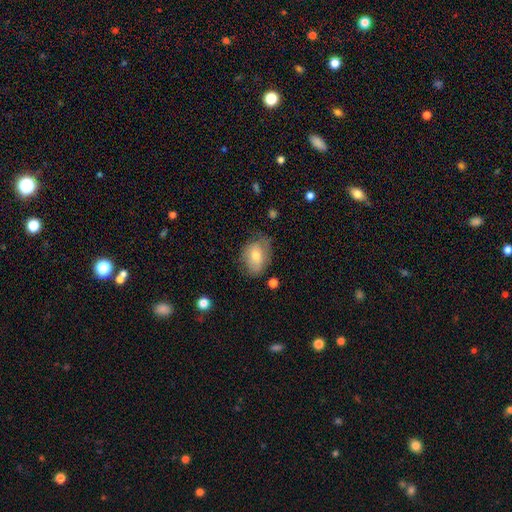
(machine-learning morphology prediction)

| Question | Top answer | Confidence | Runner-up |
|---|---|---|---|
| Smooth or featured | smooth | 61% | featured or disk (31%) |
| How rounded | in between | 75% | round (23%) |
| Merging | none | 59% | minor disturbance (29%) |